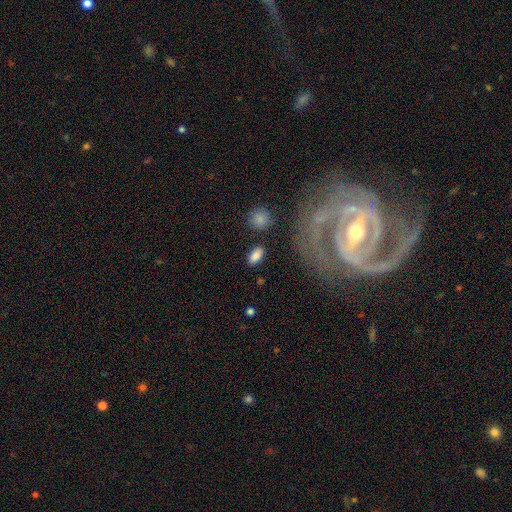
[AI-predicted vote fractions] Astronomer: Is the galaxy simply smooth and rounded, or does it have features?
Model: smooth — 85%.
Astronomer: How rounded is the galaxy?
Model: in between — 90%.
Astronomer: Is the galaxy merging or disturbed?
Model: none — 84%.